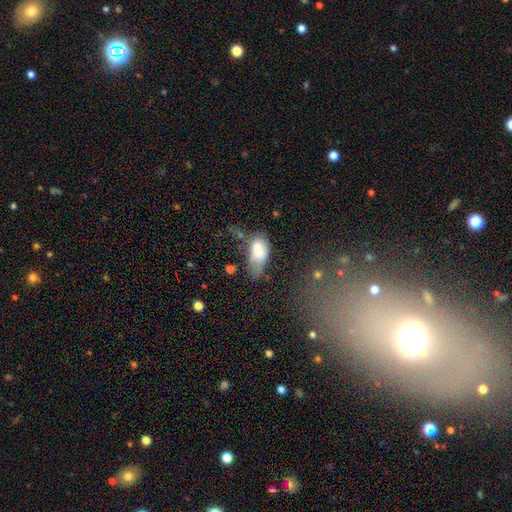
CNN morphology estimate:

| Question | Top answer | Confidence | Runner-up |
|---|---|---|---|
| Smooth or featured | smooth | 69% | featured or disk (22%) |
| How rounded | in between | 90% | cigar-shaped (5%) |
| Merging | major disturbance | 36% | minor disturbance (28%) |